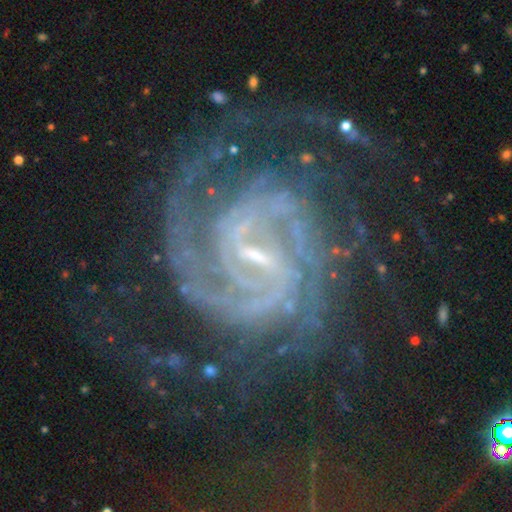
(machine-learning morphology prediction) Smooth or featured: featured or disk — 87% (star or artifact — 9%)
Edge-on disk: no — 98% (yes — 2%)
Bar: weak — 51% (strong — 30%)
Spiral arms: yes — 98% (no — 2%)
Spiral winding: tight — 57% (medium — 36%)
Spiral arm count: 2 — 43% (can't tell — 16%)
Bulge size: small — 76% (moderate — 12%)
Merging: none — 66% (minor disturbance — 16%)